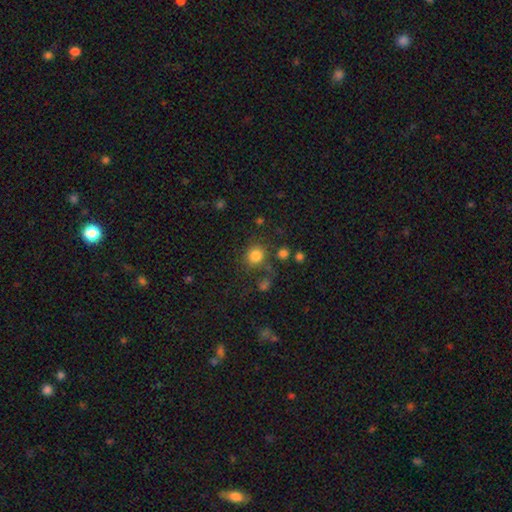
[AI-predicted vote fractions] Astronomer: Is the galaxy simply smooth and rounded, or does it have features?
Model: smooth — 81%.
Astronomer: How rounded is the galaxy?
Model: round — 87%.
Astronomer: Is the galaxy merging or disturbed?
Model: none — 73%.